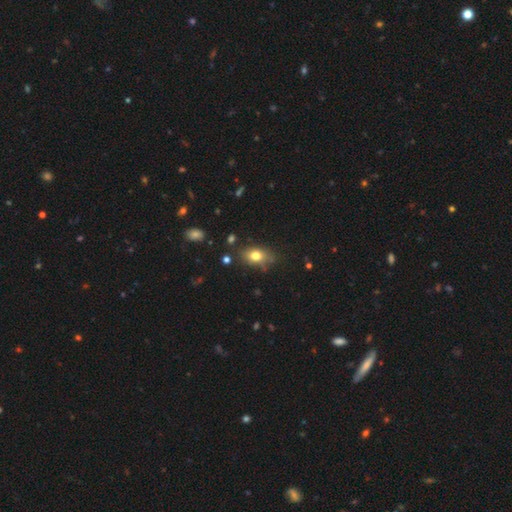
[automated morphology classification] The model was most divided on "merging": none: 74%, minor disturbance: 18%, major disturbance: 4%, merger: 3%. More confident: how rounded — in between (80%); smooth or featured — smooth (77%).